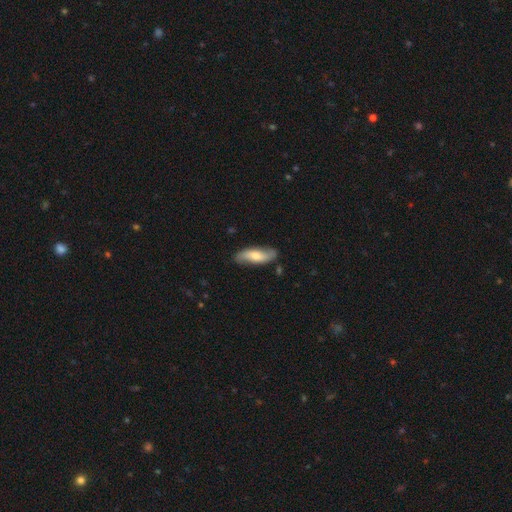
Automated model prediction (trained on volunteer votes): Q: Smooth or featured?
A: featured or disk (48%); runner-up: smooth (47%)
Q: Merging?
A: none (80%); runner-up: minor disturbance (15%)